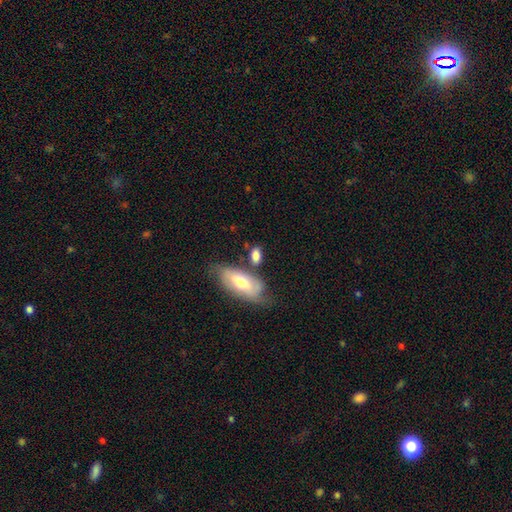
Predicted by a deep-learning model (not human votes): A smooth galaxy with no disk features (76%) that is in between round and cigar-shaped (80%). Merging: none (57%).